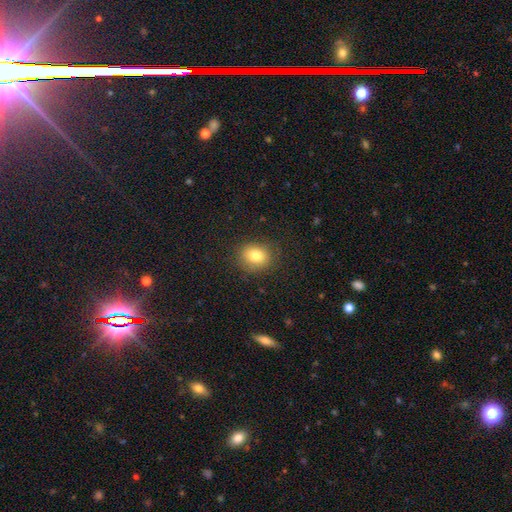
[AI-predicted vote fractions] The model was most divided on "how rounded": round: 63%, in between: 36%, cigar-shaped: 1%. More confident: merging — none (86%); smooth or featured — smooth (80%).